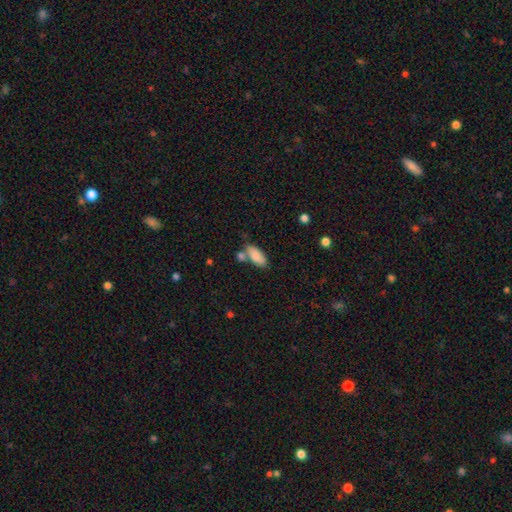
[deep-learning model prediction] smooth_or_featured: smooth (p=0.83) [alt: featured or disk p=0.11]
how_rounded: in between (p=0.87) [alt: cigar-shaped p=0.11]
merging: none (p=0.57) [alt: merger p=0.24]